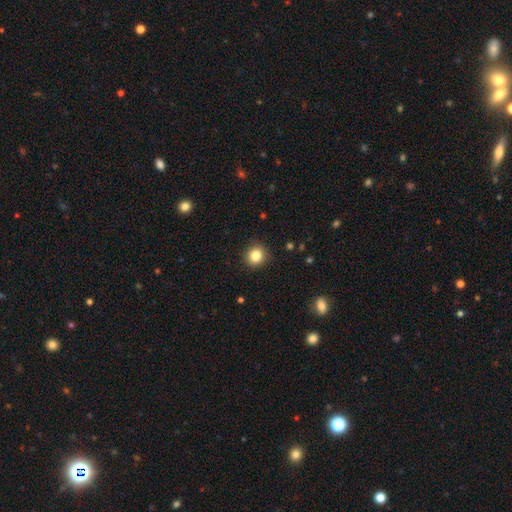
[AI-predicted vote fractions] smooth_or_featured: smooth (p=0.84) [alt: star or artifact p=0.11]
how_rounded: round (p=0.91) [alt: in between p=0.08]
merging: none (p=0.91) [alt: minor disturbance p=0.06]